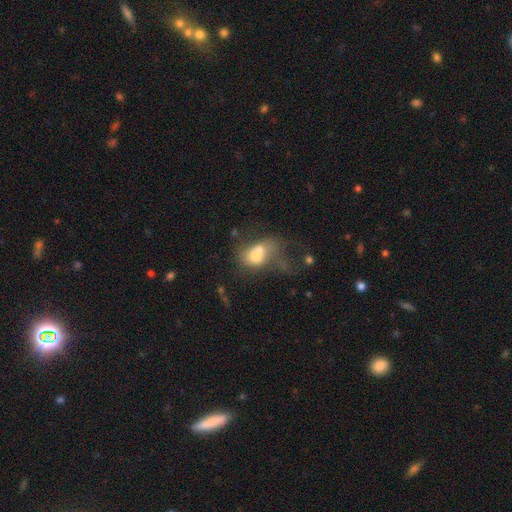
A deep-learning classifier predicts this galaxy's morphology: Overall: smooth (59%; featured or disk 30%). How rounded: in between (57%; round 41%). Merging: merger (65%).